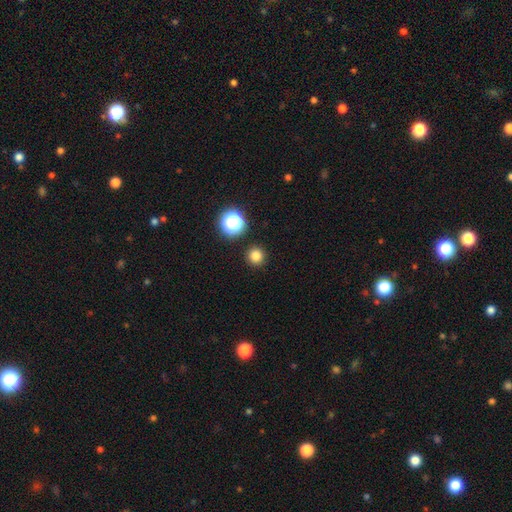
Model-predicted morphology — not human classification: This is likely a smooth galaxy (80%). How rounded: clearly round (95%). Merging: clearly none (91%).